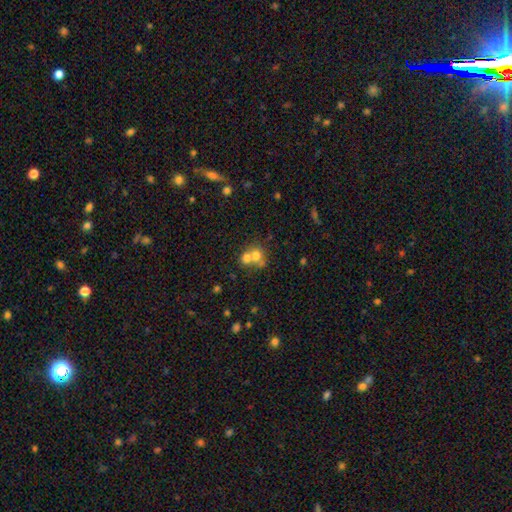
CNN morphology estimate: smooth 66%, featured or disk 20%, star or artifact 14%. Down the decision tree: how rounded — round (76%); merging — merger (60%).